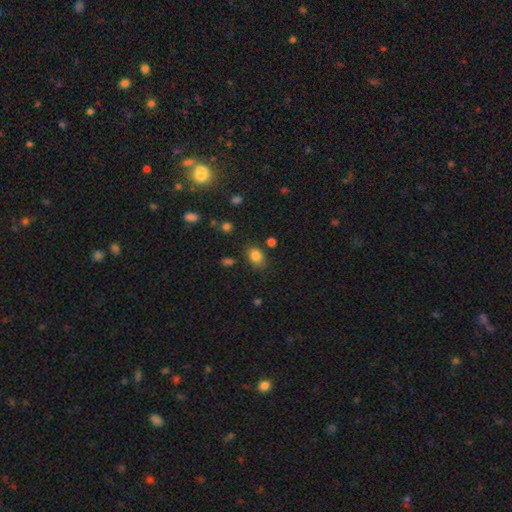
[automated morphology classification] This is clearly a smooth galaxy (83%). How rounded: likely in between (66%). Merging: likely none (74%).